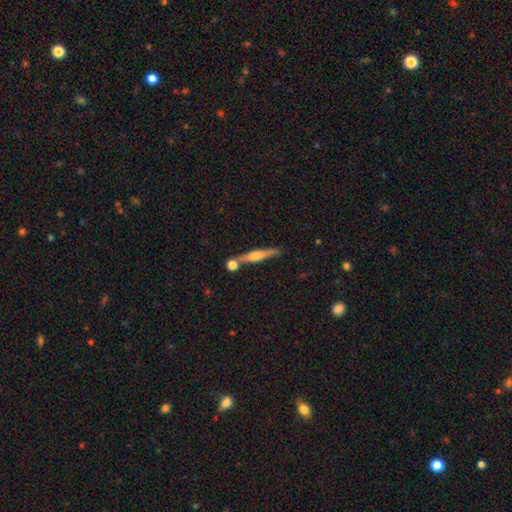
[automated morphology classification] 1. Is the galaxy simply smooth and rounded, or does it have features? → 62% featured or disk, 31% smooth, 7% star or artifact.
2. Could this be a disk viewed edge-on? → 96% yes, 4% no.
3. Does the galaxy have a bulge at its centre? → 75% rounded, 16% boxy, 9% none.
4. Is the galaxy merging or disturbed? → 72% none, 14% merger, 11% minor disturbance, 3% major disturbance.